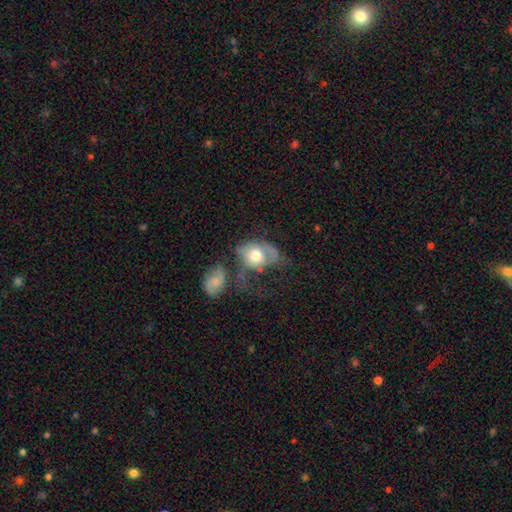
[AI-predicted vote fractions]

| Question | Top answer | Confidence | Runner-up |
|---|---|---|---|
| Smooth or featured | smooth | 54% | featured or disk (38%) |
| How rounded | in between | 63% | round (35%) |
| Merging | major disturbance | 39% | merger (21%) |